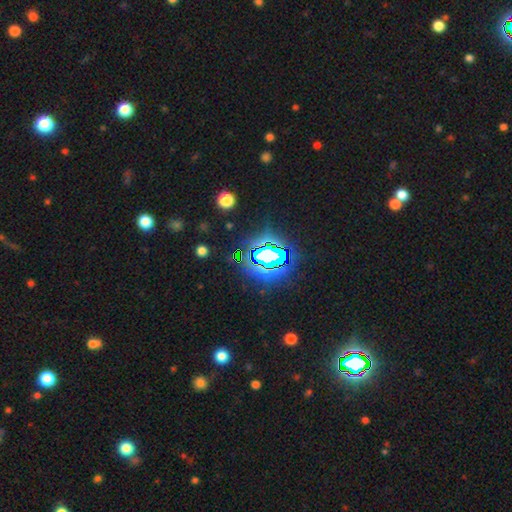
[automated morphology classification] smooth-or-featured: star or artifact: 83% | smooth: 10% | featured or disk: 7%